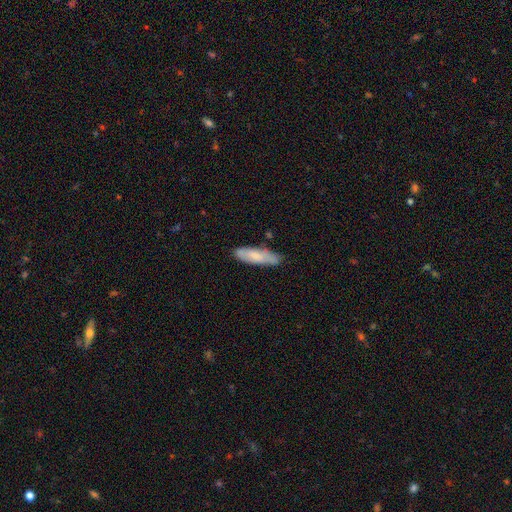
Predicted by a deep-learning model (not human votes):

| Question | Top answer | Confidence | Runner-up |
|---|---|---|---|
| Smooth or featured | smooth | 70% | featured or disk (24%) |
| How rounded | cigar-shaped | 61% | in between (38%) |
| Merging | none | 75% | minor disturbance (19%) |